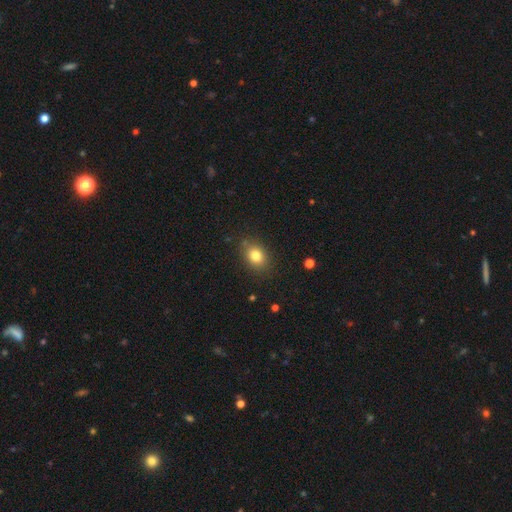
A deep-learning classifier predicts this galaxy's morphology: A smooth galaxy with no disk features (81%) that is in between round and cigar-shaped (59%). Merging: none (83%).